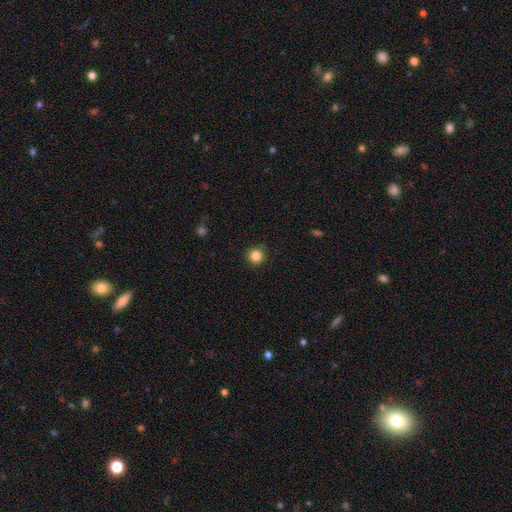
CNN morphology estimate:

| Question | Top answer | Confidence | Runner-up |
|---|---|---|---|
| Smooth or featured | smooth | 85% | star or artifact (11%) |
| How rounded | round | 94% | in between (5%) |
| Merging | none | 89% | minor disturbance (8%) |